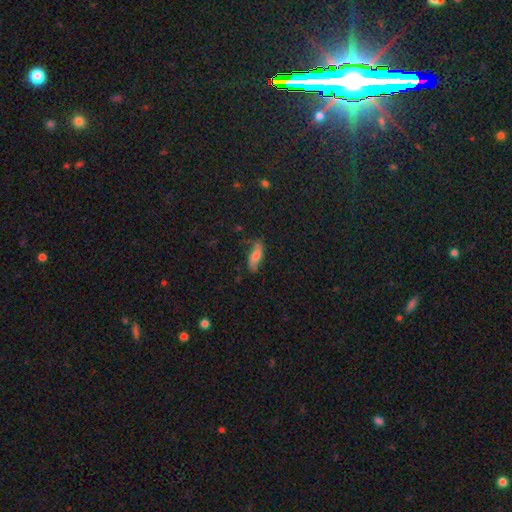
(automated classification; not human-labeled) Smooth or featured? Predicted: smooth (p=0.52). How rounded? Predicted: in between (p=0.63). Merging? Predicted: none (p=0.65).